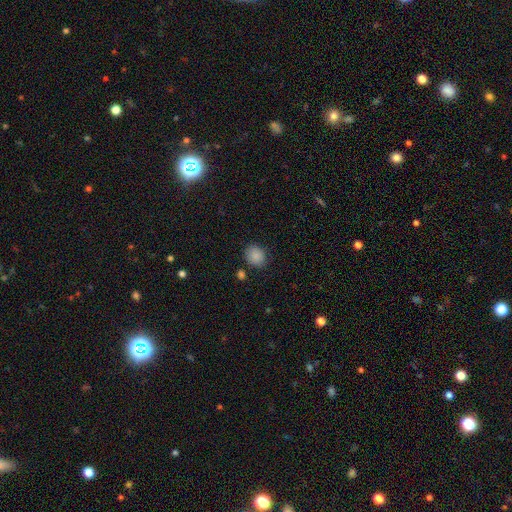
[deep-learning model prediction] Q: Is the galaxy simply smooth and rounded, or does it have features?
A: smooth — 87%.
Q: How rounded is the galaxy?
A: round — 69%.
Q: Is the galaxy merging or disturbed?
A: none — 80%.